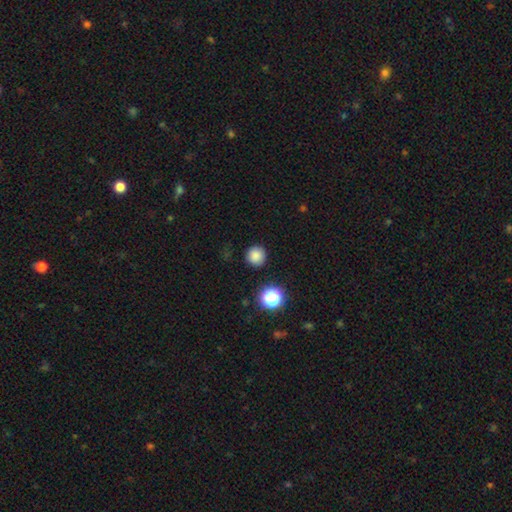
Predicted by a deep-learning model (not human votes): Smooth or featured?
  - smooth: 82% *
  - star or artifact: 13%
  - featured or disk: 5%
How rounded?
  - round: 94% *
  - in between: 5%
  - cigar-shaped: 1%
Merging?
  - none: 89% *
  - minor disturbance: 7%
  - major disturbance: 2%
  - merger: 2%